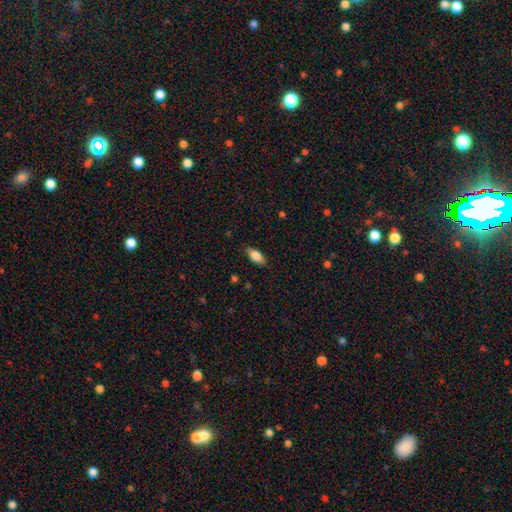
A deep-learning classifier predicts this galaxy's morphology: smooth-or-featured: smooth: 83% | featured or disk: 11% | star or artifact: 7%
  how-rounded: in between: 86% | cigar-shaped: 12% | round: 3%
  merging: none: 84% | minor disturbance: 12% | major disturbance: 3% | merger: 1%